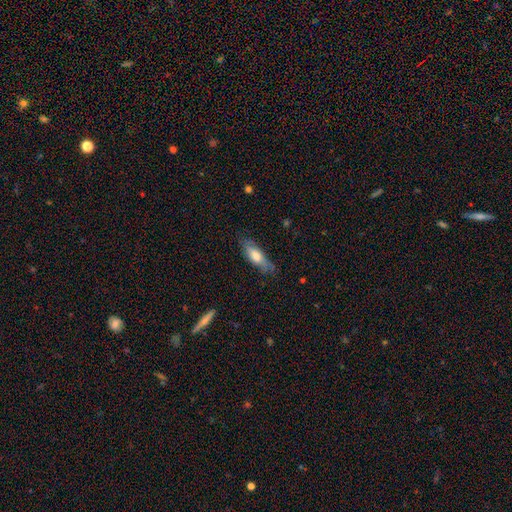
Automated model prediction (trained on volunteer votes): Smooth or featured?
  - smooth: 59% *
  - featured or disk: 34%
  - star or artifact: 7%
How rounded?
  - in between: 52% *
  - cigar-shaped: 46%
  - round: 2%
Merging?
  - none: 69% *
  - minor disturbance: 24%
  - major disturbance: 6%
  - merger: 1%